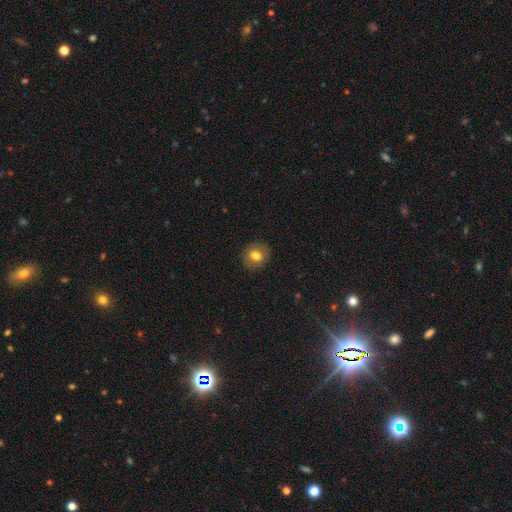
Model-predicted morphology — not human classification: Smooth or featured? smooth (76%)
How rounded? round (72%)
Merging? none (87%)